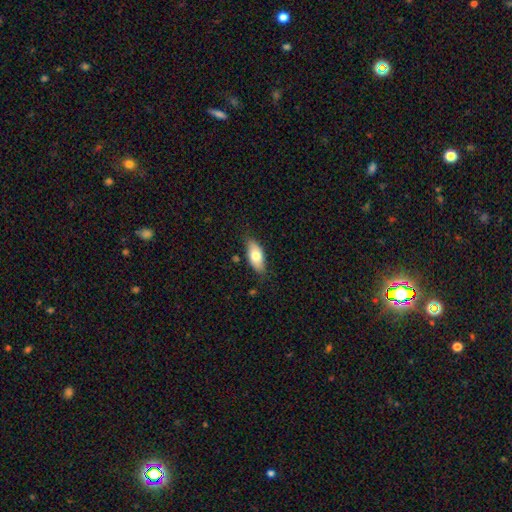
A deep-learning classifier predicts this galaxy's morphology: smooth 73%, featured or disk 20%, star or artifact 6%. Down the decision tree: how rounded — in between (87%); merging — none (79%).